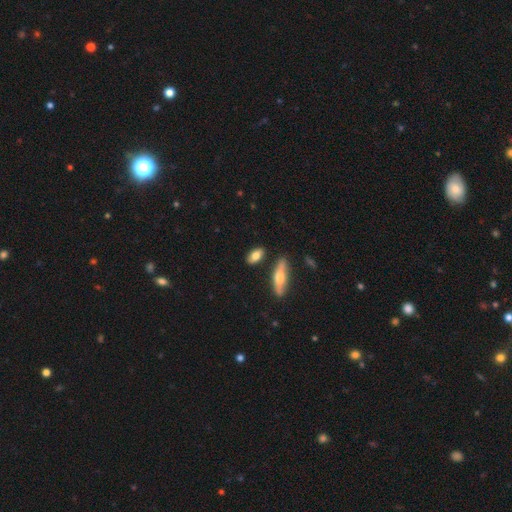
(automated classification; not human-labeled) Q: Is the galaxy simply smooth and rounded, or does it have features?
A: smooth — 74%.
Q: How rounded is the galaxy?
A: in between — 81%.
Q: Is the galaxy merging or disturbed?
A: none — 81%.